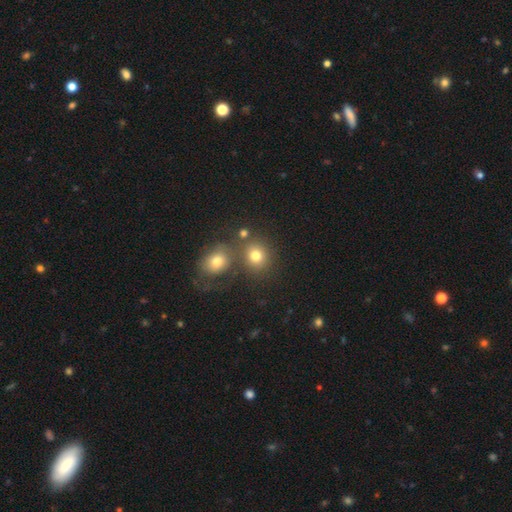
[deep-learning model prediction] smooth-or-featured: smooth: 76% | star or artifact: 15% | featured or disk: 10%
  how-rounded: round: 76% | in between: 23% | cigar-shaped: 1%
  merging: none: 61% | merger: 25% | minor disturbance: 9% | major disturbance: 5%